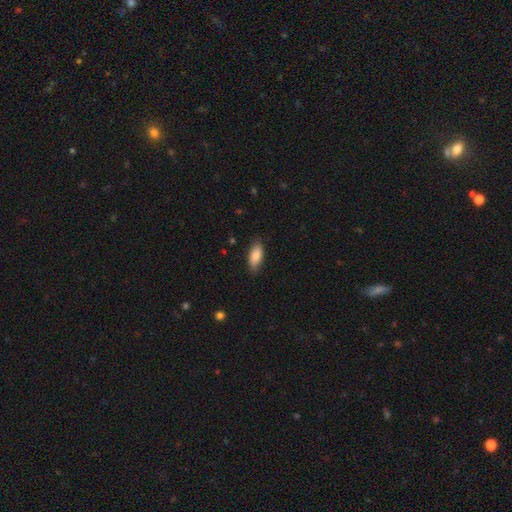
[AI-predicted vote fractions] Smooth or featured: smooth — 83% (featured or disk — 11%)
How rounded: in between — 86% (cigar-shaped — 12%)
Merging: none — 79% (minor disturbance — 17%)